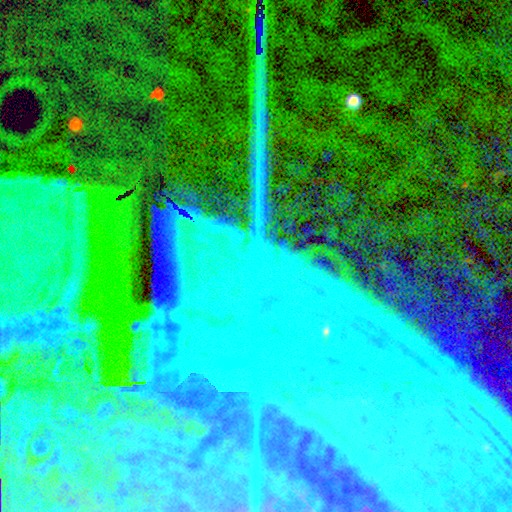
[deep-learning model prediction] smooth-or-featured: star or artifact: 85% | featured or disk: 9% | smooth: 6%